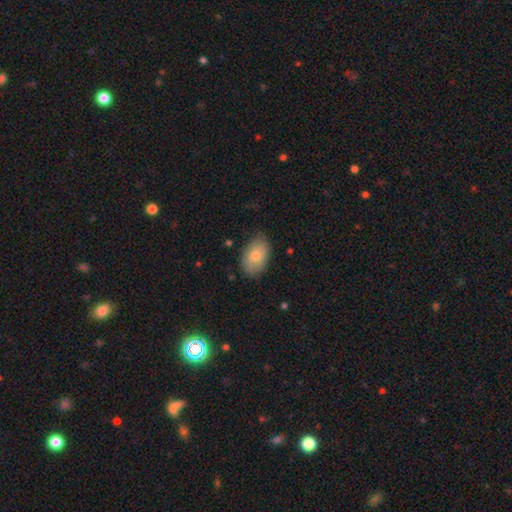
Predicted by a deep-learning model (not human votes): Smooth or featured? smooth (76%)
How rounded? in between (89%)
Merging? none (80%)